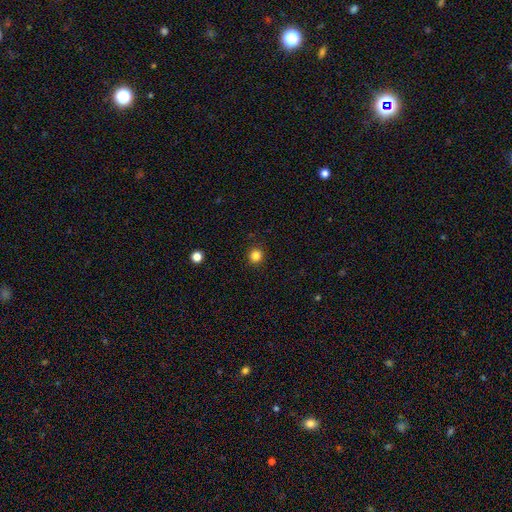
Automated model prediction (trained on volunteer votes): Q: Smooth or featured?
A: smooth (84%); runner-up: star or artifact (12%)
Q: How rounded?
A: round (92%); runner-up: in between (7%)
Q: Merging?
A: none (91%); runner-up: minor disturbance (6%)